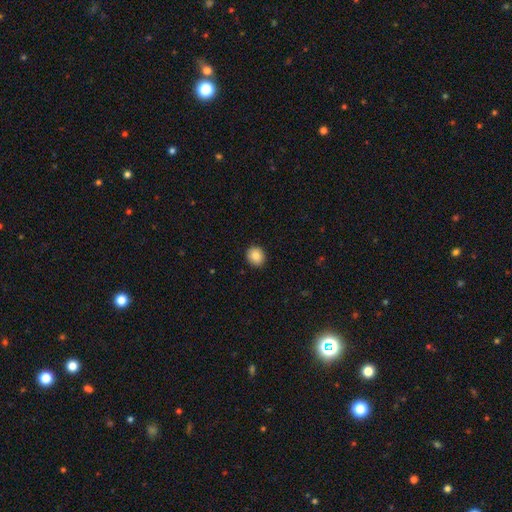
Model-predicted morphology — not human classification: Smooth or featured? Predicted: smooth (p=0.87). How rounded? Predicted: round (p=0.81). Merging? Predicted: none (p=0.91).